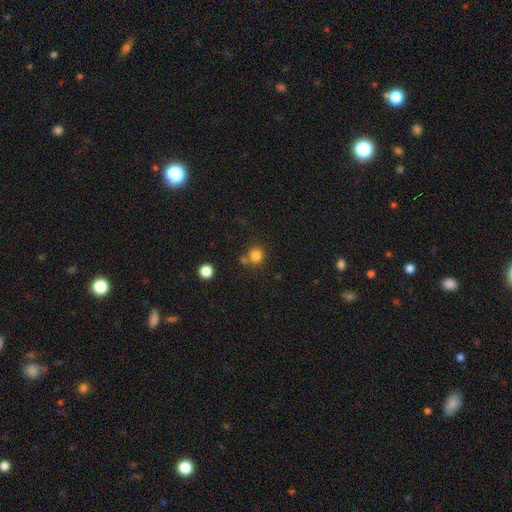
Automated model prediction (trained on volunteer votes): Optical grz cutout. It shows a smooth galaxy with no disk features (81%) that is round (89%). Merging: none (70%).